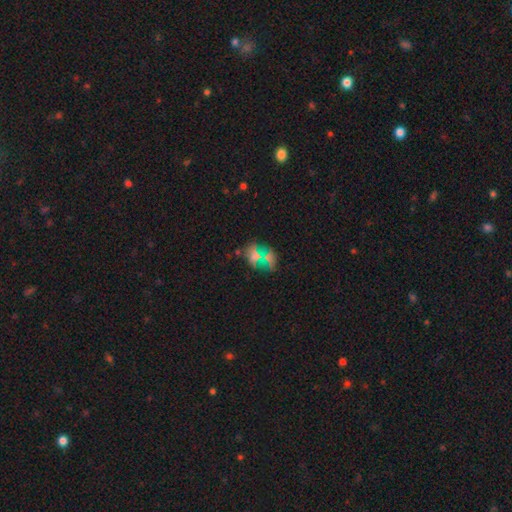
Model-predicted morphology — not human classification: A smooth galaxy with no disk features (38%).

Vote fractions:
- Smooth or featured? smooth: 38% / star or artifact: 37% / featured or disk: 25%
- Merging? none: 46% / merger: 26% / minor disturbance: 16% / major disturbance: 12%